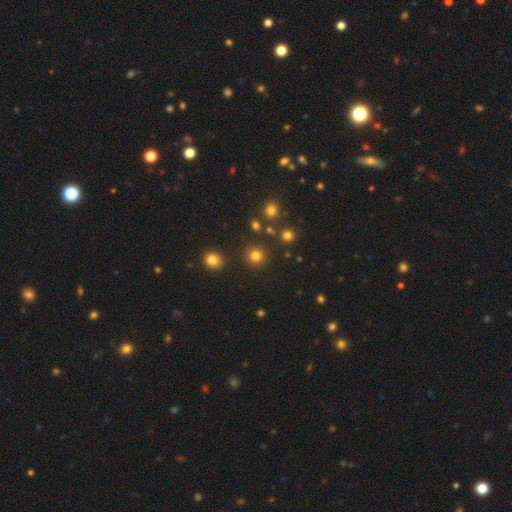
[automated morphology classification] A smooth galaxy with no disk features (79%) that is round (94%). Merging: none (88%).